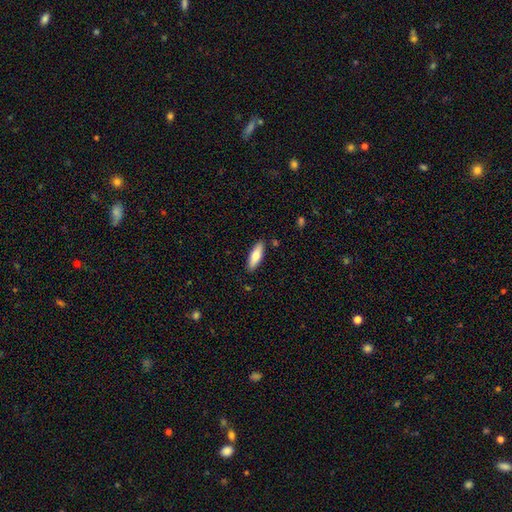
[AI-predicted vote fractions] Morphology: type=smooth (71%); roundness=in between (52%); merging=none (88%).